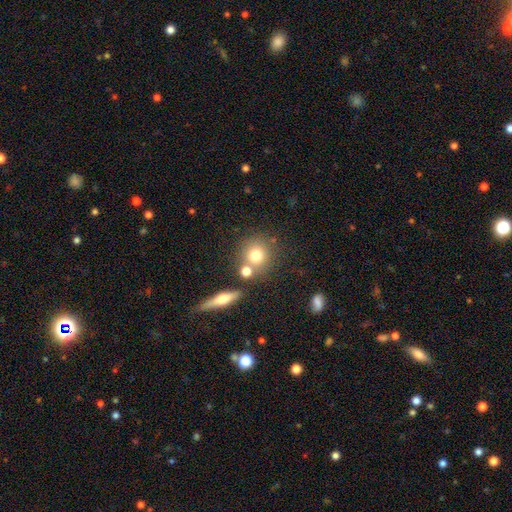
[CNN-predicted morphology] Smooth or featured: smooth — 72% (featured or disk — 16%)
How rounded: round — 87% (in between — 11%)
Merging: none — 63% (merger — 24%)